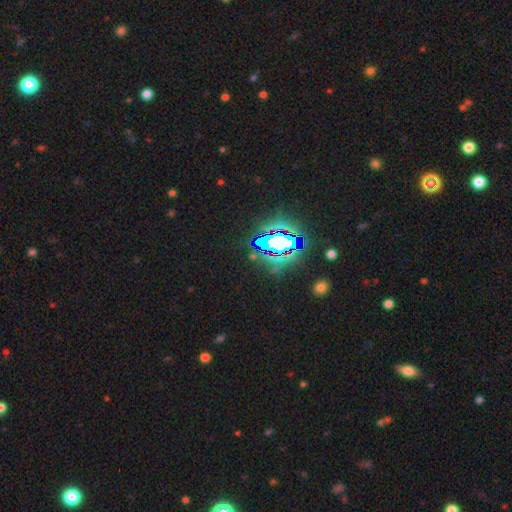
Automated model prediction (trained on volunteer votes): Smooth or featured: star or artifact — 74% (smooth — 14%)